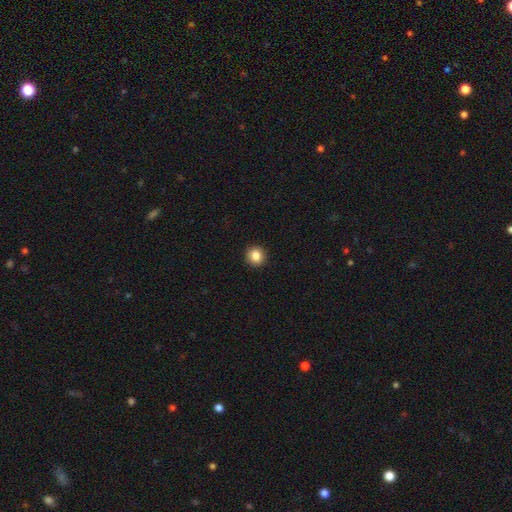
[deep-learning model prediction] A smooth galaxy with no disk features (86%) that is round (89%).

Vote fractions:
- Smooth or featured? smooth: 86% / star or artifact: 10% / featured or disk: 5%
- How rounded? round: 89% / in between: 10% / cigar-shaped: 1%
- Merging? none: 92% / minor disturbance: 5% / major disturbance: 2% / merger: 1%